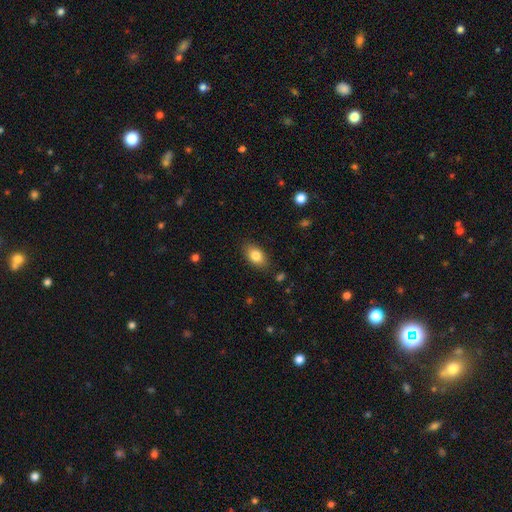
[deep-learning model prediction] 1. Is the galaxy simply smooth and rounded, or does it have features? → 83% smooth, 9% featured or disk, 8% star or artifact.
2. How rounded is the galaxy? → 88% in between, 10% round, 2% cigar-shaped.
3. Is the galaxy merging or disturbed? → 84% none, 11% minor disturbance, 3% major disturbance, 1% merger.